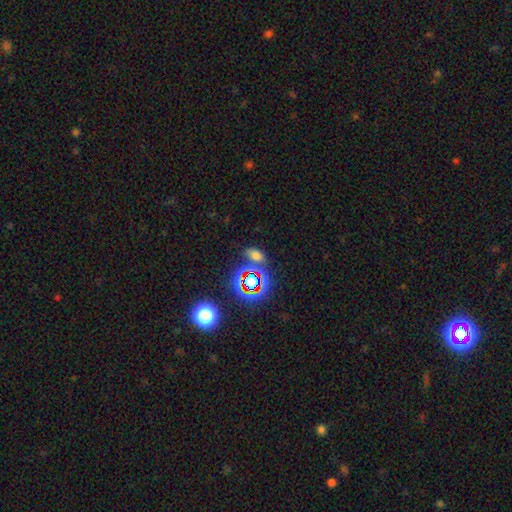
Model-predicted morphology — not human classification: A smooth galaxy with no disk features (55%) that is in between round and cigar-shaped (81%).

Vote fractions:
- Smooth or featured? smooth: 55% / star or artifact: 34% / featured or disk: 11%
- How rounded? in between: 81% / round: 15% / cigar-shaped: 4%
- Merging? none: 66% / minor disturbance: 15% / merger: 12% / major disturbance: 7%